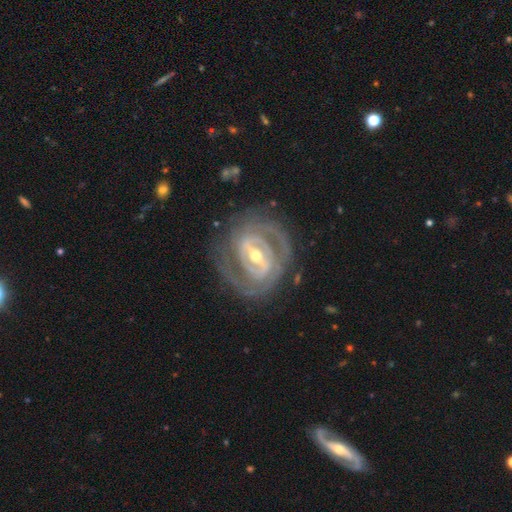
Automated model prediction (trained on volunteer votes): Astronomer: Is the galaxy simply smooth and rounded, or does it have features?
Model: featured or disk — 90%.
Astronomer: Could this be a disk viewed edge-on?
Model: no — 96%.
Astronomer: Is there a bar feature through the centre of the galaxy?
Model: strong — 55% (runner-up: weak, 32%).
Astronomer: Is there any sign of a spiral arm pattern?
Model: yes — 92%.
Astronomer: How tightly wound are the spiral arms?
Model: tight — 69%.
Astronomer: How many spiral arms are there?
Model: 2 — 52%.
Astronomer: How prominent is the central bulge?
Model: moderate — 58% (runner-up: small, 36%).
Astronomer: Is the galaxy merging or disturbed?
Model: none — 77%.